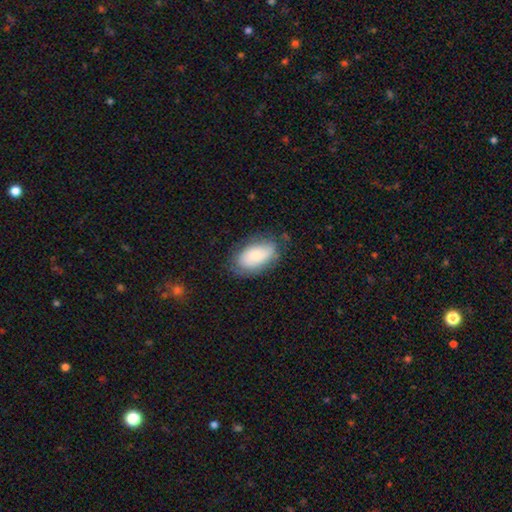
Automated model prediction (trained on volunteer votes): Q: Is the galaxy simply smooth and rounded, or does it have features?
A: smooth — 73%.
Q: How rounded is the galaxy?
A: in between — 94%.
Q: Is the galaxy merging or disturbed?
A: none — 71%.